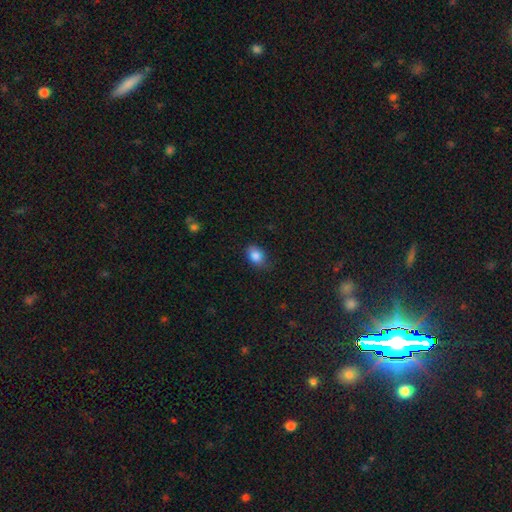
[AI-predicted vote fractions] This is clearly a smooth galaxy (85%). How rounded: likely in between (76%). Merging: likely none (75%).